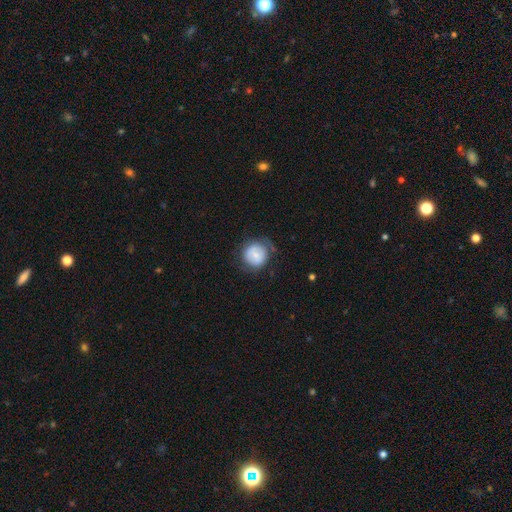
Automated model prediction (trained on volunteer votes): A smooth galaxy with no disk features (70%) that is round (88%). Merging: none (64%).